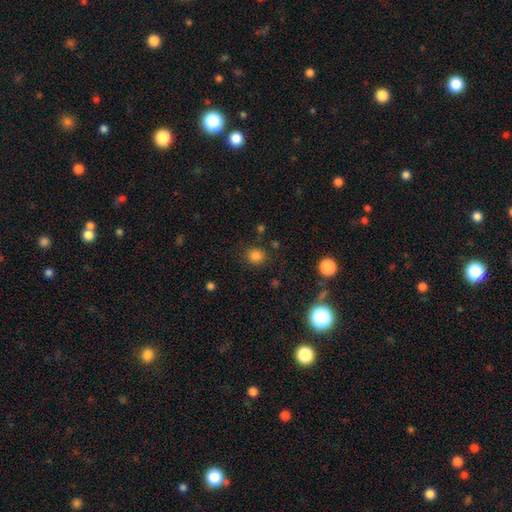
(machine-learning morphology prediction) The model was most divided on "how rounded": round: 83%, in between: 16%, cigar-shaped: 1%. More confident: merging — none (85%); smooth or featured — smooth (82%).